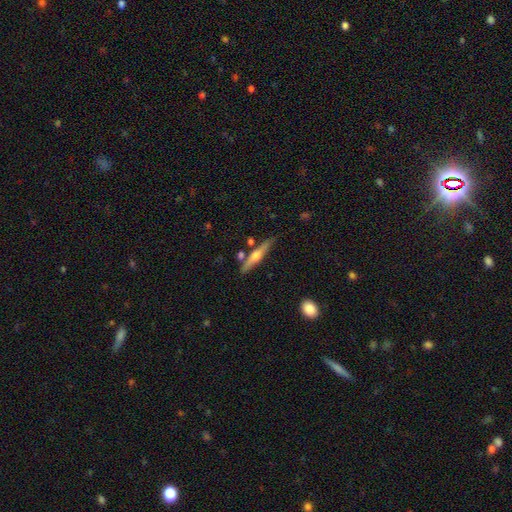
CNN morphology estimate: Smooth or featured? Predicted: featured or disk (p=0.58). Edge-on disk? Predicted: yes (p=0.96). Edge-on bulge? Predicted: rounded (p=0.89). Merging? Predicted: none (p=0.79).